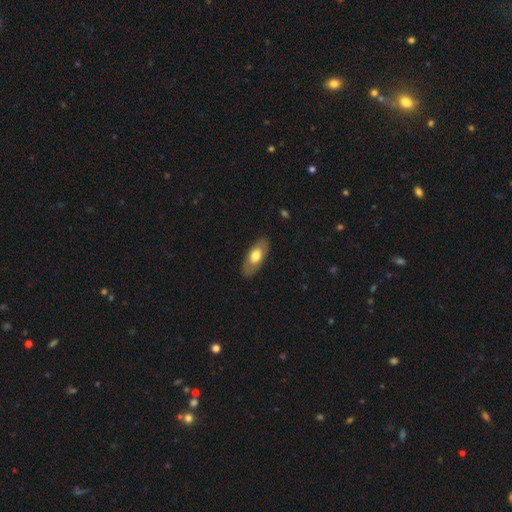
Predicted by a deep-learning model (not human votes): This appears to be a smooth galaxy with no disk features (65%) that is in between round and cigar-shaped (86%). Merging: none (85%).